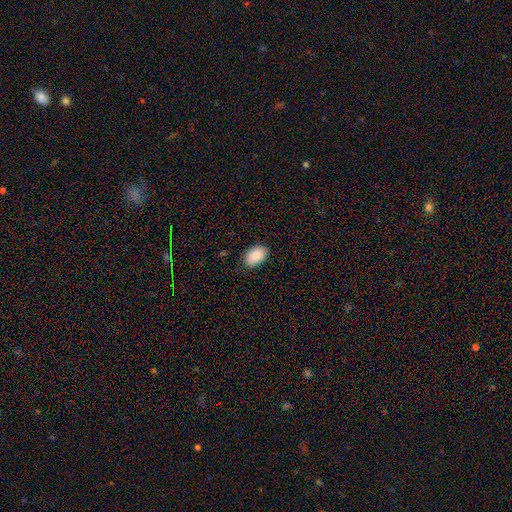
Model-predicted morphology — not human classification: Smooth or featured? Predicted: smooth (p=0.85). How rounded? Predicted: in between (p=0.90). Merging? Predicted: none (p=0.83).